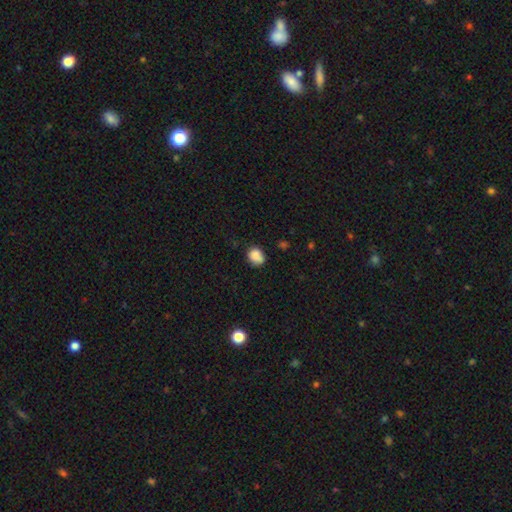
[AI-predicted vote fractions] Morphology: type=smooth (85%); roundness=round (55%); merging=none (65%).